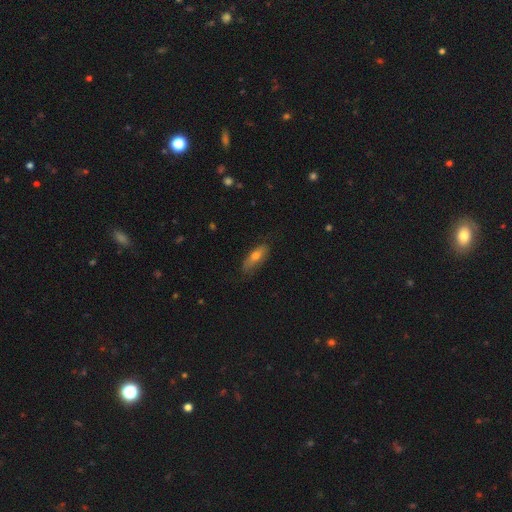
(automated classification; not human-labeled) Smooth or featured: smooth — 66% (featured or disk — 28%)
How rounded: in between — 67% (cigar-shaped — 30%)
Merging: none — 68% (minor disturbance — 24%)